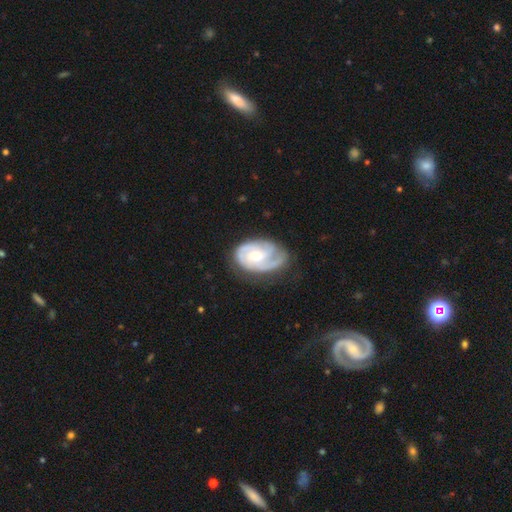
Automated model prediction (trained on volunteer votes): Smooth or featured: featured or disk — 83% (smooth — 12%)
Edge-on disk: no — 97% (yes — 3%)
Bar: no — 63% (weak — 31%)
Spiral arms: yes — 95% (no — 5%)
Spiral winding: tight — 52% (medium — 37%)
Spiral arm count: 2 — 32% (3 — 30%)
Bulge size: moderate — 50% (small — 46%)
Merging: none — 57% (minor disturbance — 27%)